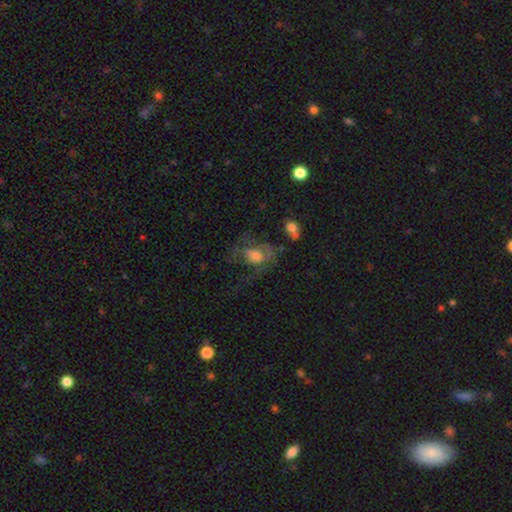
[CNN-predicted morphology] Smooth or featured? featured or disk (51%)
Edge-on disk? no (95%)
Merging? major disturbance (41%)